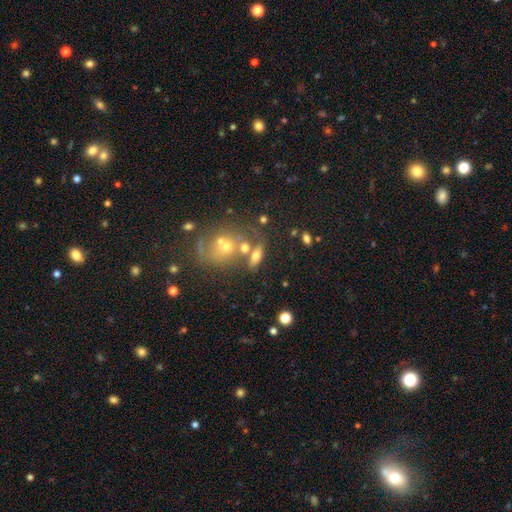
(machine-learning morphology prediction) Q: Smooth or featured?
A: smooth (57%); runner-up: featured or disk (30%)
Q: How rounded?
A: in between (63%); runner-up: cigar-shaped (24%)
Q: Merging?
A: none (51%); runner-up: merger (28%)